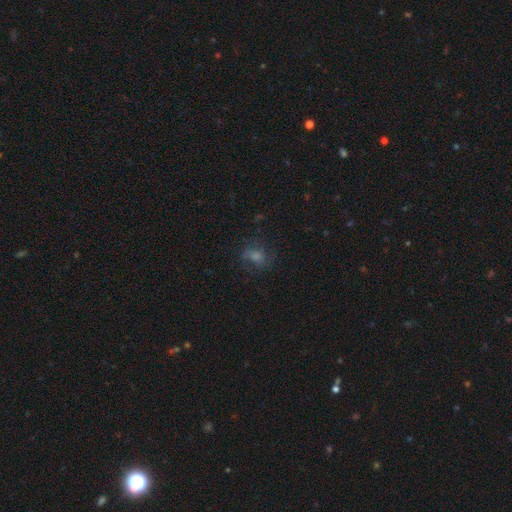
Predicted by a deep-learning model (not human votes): This is marginally a smooth galaxy (43%). Merging: likely none (71%).